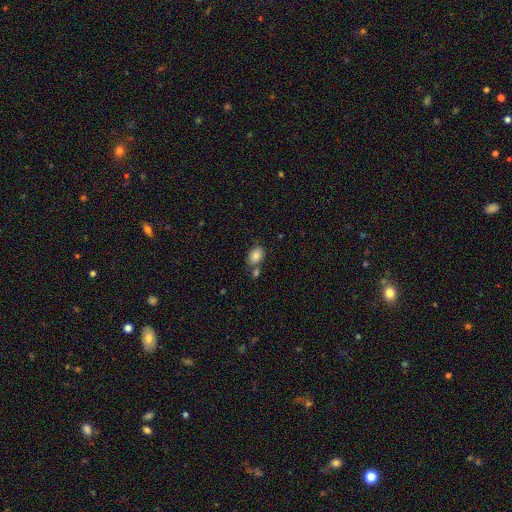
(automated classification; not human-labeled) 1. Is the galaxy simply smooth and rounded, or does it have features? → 82% smooth, 10% featured or disk, 8% star or artifact.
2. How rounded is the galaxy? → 79% in between, 20% round, 1% cigar-shaped.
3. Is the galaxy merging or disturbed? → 60% none, 22% merger, 14% minor disturbance, 4% major disturbance.